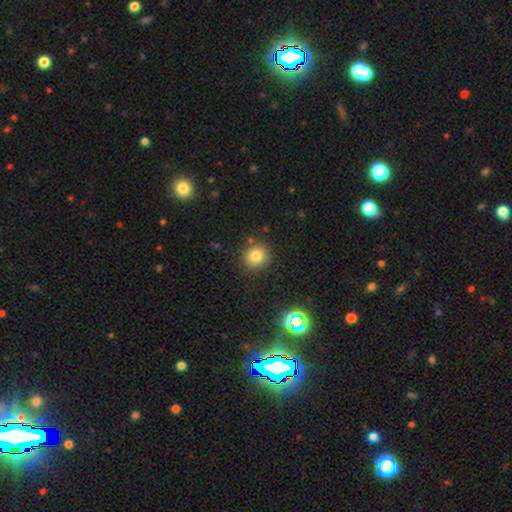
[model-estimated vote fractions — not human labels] Smooth or featured: smooth — 78% (star or artifact — 14%)
How rounded: round — 91% (in between — 8%)
Merging: none — 85% (minor disturbance — 9%)